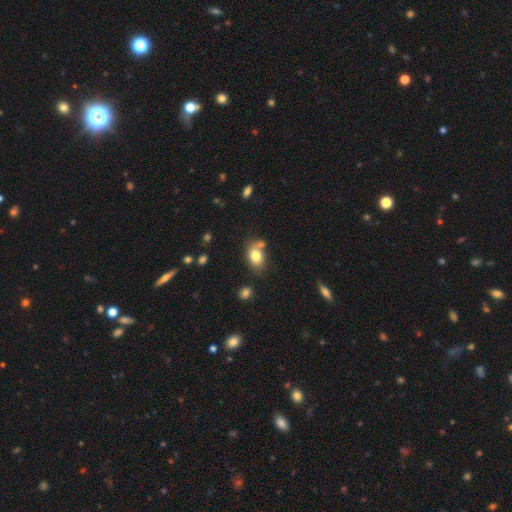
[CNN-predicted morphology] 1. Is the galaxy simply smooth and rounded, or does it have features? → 79% smooth, 12% featured or disk, 9% star or artifact.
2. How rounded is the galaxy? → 72% in between, 27% round, 1% cigar-shaped.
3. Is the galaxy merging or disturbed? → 55% none, 19% merger, 19% minor disturbance, 7% major disturbance.